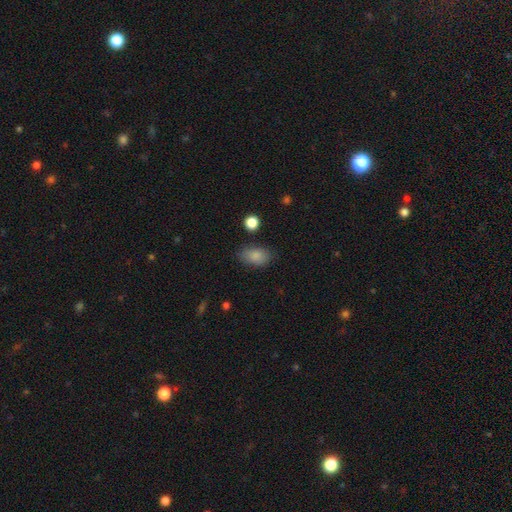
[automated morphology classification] The model was most divided on "merging": none: 79%, minor disturbance: 15%, major disturbance: 4%, merger: 2%. More confident: how rounded — in between (88%); smooth or featured — smooth (86%).